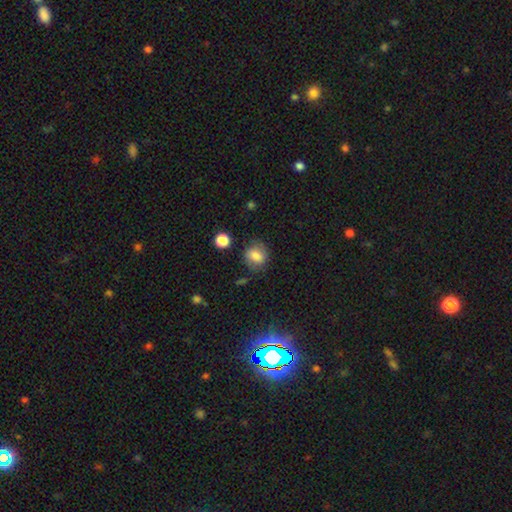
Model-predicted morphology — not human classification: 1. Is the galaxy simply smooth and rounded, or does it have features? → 72% smooth, 18% featured or disk, 10% star or artifact.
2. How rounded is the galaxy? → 65% round, 34% in between, 1% cigar-shaped.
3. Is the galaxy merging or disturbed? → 70% none, 19% minor disturbance, 7% major disturbance, 3% merger.